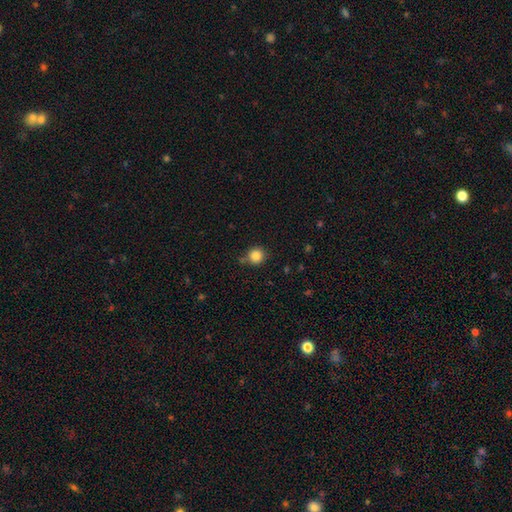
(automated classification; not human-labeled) Smooth or featured: smooth — 85% (star or artifact — 11%)
How rounded: round — 92% (in between — 7%)
Merging: none — 74% (minor disturbance — 14%)